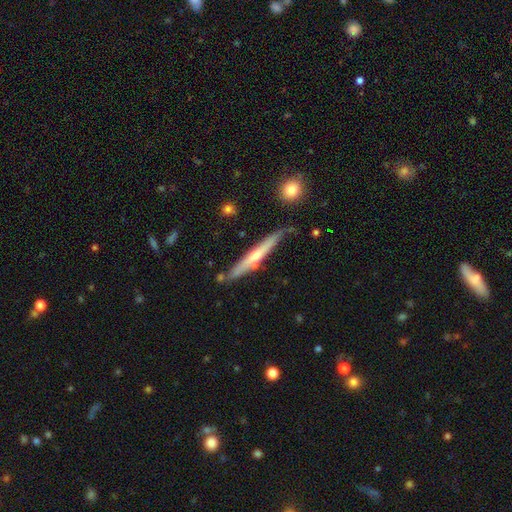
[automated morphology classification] This appears to be a featured or disk galaxy (63%) viewed edge-on (94%) with a rounded central bulge (67%). Merging: none (76%).